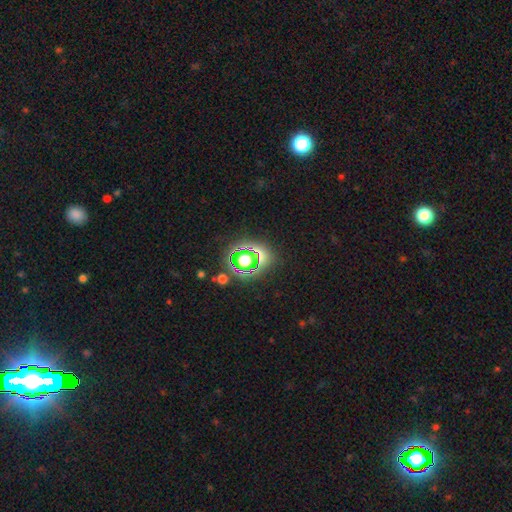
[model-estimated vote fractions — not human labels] Overall: star or artifact (53%; smooth 33%).